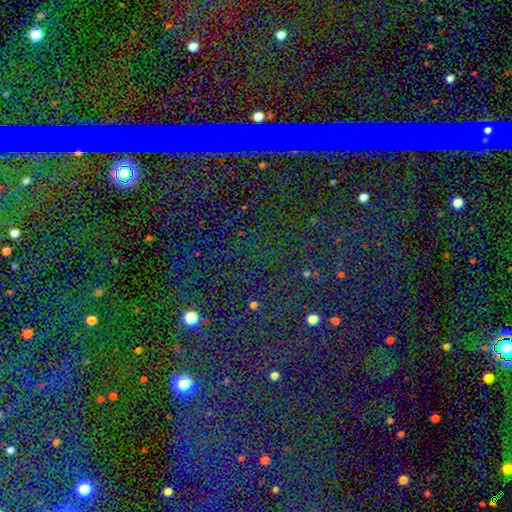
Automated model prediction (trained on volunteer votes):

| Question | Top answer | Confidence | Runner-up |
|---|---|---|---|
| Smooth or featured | star or artifact | 82% | smooth (10%) |